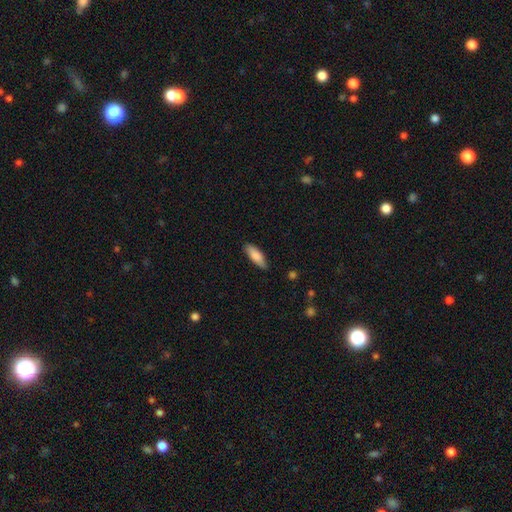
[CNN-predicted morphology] This is clearly a smooth galaxy (83%). How rounded: possibly in between (57%). Merging: clearly none (81%).